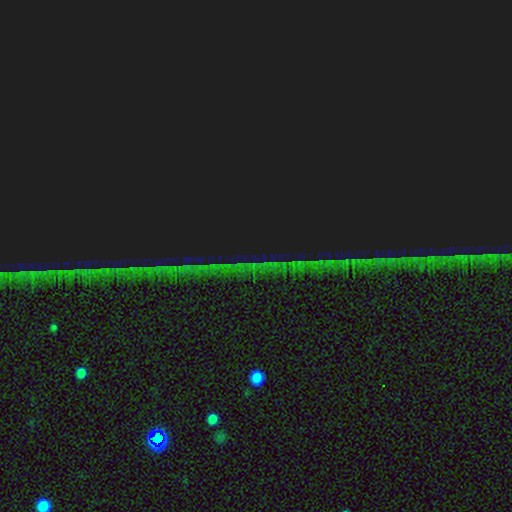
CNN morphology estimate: A star or artifact, not a galaxy (88%).

Vote fractions:
- Smooth or featured? star or artifact: 88% / featured or disk: 7% / smooth: 5%